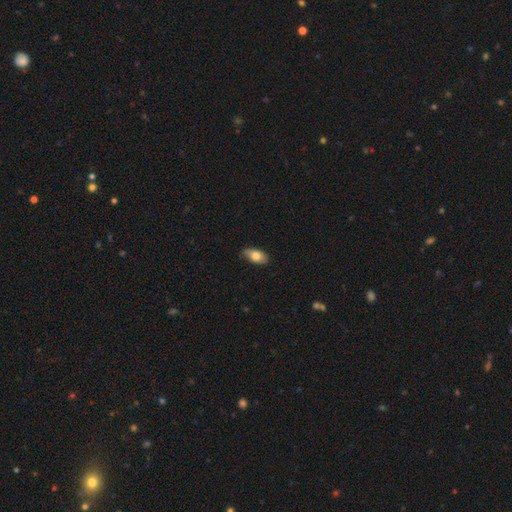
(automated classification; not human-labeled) The model was most divided on "merging": none: 74%, minor disturbance: 21%, major disturbance: 3%, merger: 1%. More confident: how rounded — in between (90%); smooth or featured — smooth (77%).